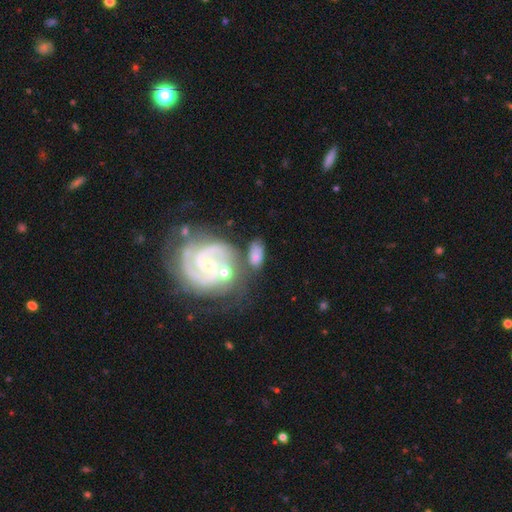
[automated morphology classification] Q: Smooth or featured?
A: featured or disk (54%); runner-up: smooth (37%)
Q: Edge-on disk?
A: no (96%); runner-up: yes (4%)
Q: Bar?
A: no (54%); runner-up: weak (35%)
Q: Spiral arms?
A: yes (87%); runner-up: no (13%)
Q: Bulge size?
A: small (64%); runner-up: moderate (27%)
Q: Merging?
A: none (51%); runner-up: minor disturbance (21%)